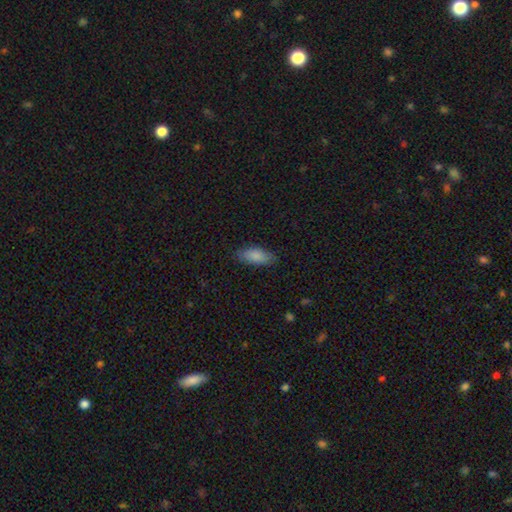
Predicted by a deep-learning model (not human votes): Overall: smooth (86%). How rounded: in between (85%). Merging: none (82%).